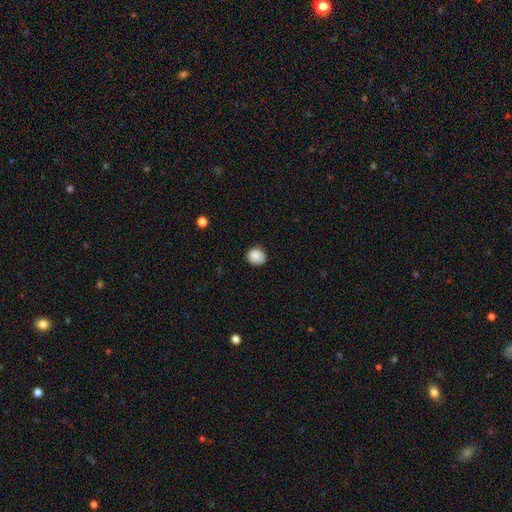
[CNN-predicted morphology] A smooth galaxy with no disk features (88%) that is round (82%).

Vote fractions:
- Smooth or featured? smooth: 88% / star or artifact: 8% / featured or disk: 3%
- How rounded? round: 82% / in between: 18% / cigar-shaped: 1%
- Merging? none: 84% / minor disturbance: 13% / major disturbance: 2% / merger: 1%